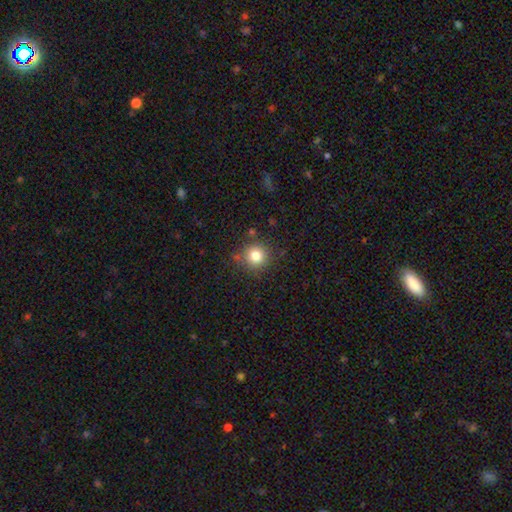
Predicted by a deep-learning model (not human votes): Morphology: type=smooth (81%); roundness=round (93%); merging=none (84%).